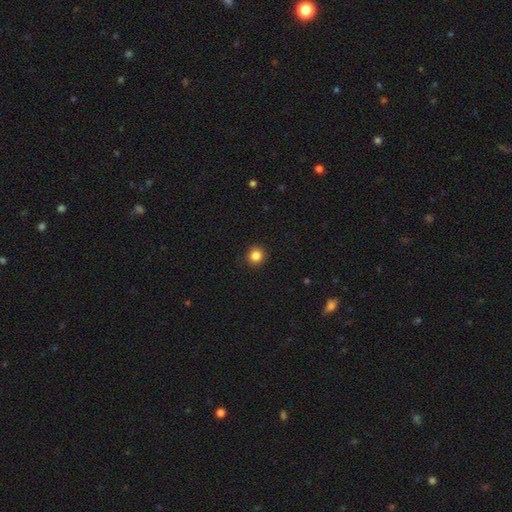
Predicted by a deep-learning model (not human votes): This is clearly a smooth galaxy (85%). How rounded: clearly round (92%). Merging: clearly none (91%).